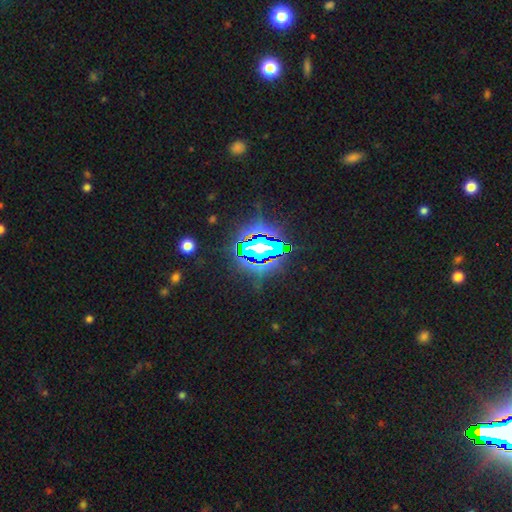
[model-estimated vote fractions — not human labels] smooth_or_featured: star or artifact (p=0.80) [alt: smooth p=0.12]